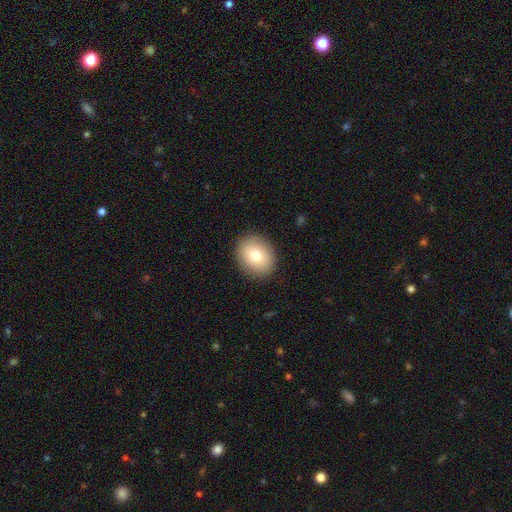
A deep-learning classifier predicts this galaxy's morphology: This is likely a smooth galaxy (78%). How rounded: possibly round (54%). Merging: clearly none (90%).